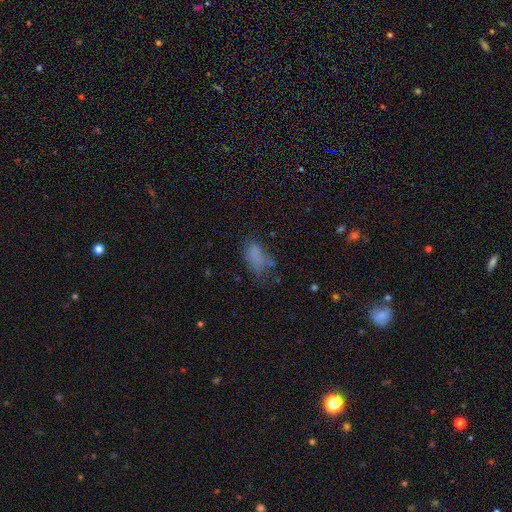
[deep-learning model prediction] Q: Smooth or featured?
A: smooth (66%); runner-up: featured or disk (18%)
Q: How rounded?
A: in between (89%); runner-up: round (7%)
Q: Merging?
A: none (35%); runner-up: major disturbance (31%)